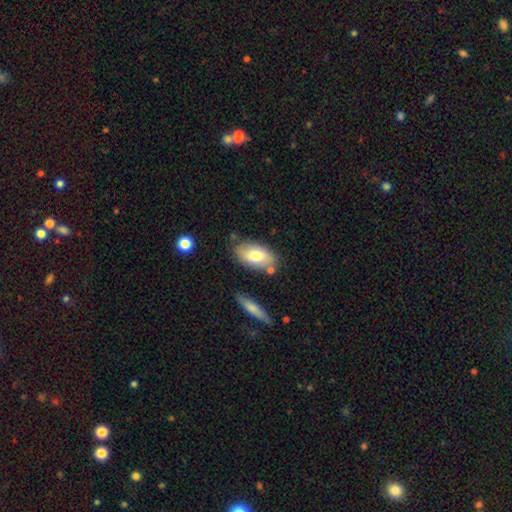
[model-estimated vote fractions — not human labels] Smooth or featured: smooth — 73% (featured or disk — 21%)
How rounded: in between — 92% (round — 4%)
Merging: none — 76% (minor disturbance — 14%)